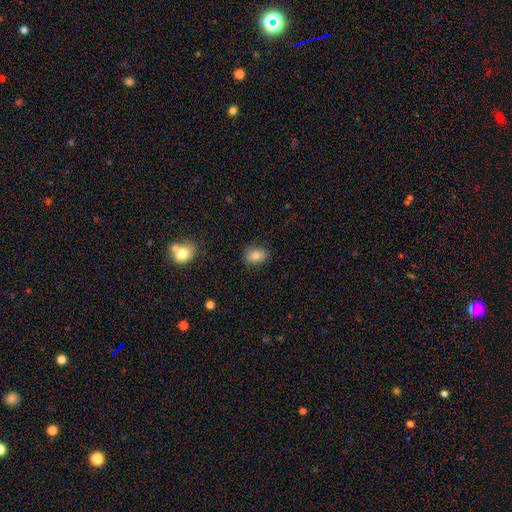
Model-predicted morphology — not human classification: This appears to be a smooth galaxy with no disk features (79%) that is in between round and cigar-shaped (67%). Merging: none (81%).